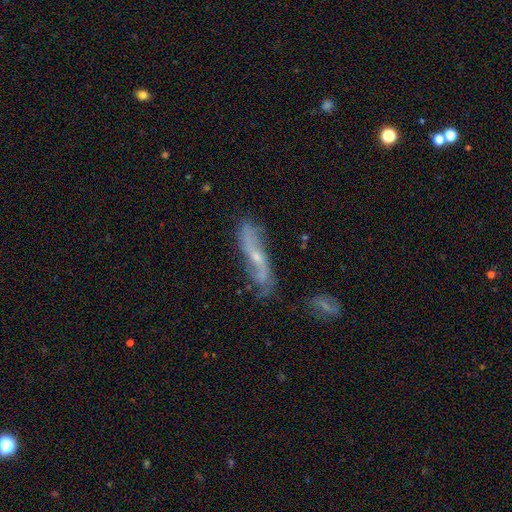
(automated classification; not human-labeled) This appears to be a featured or disk galaxy (73%) with no bar (47%), spiral arms (89%) and a small central bulge (63%). Merging: none (69%).